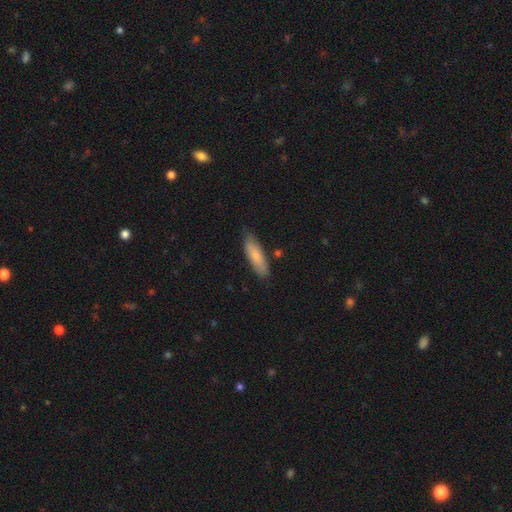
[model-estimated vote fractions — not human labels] Q: Smooth or featured?
A: smooth (77%); runner-up: featured or disk (17%)
Q: How rounded?
A: cigar-shaped (52%); runner-up: in between (46%)
Q: Merging?
A: none (78%); runner-up: minor disturbance (17%)